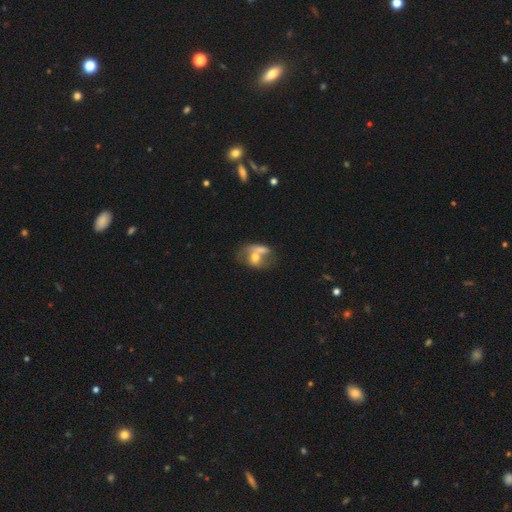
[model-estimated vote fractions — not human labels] This is possibly a smooth galaxy (51%). How rounded: likely in between (64%). Merging: possibly merger (55%).